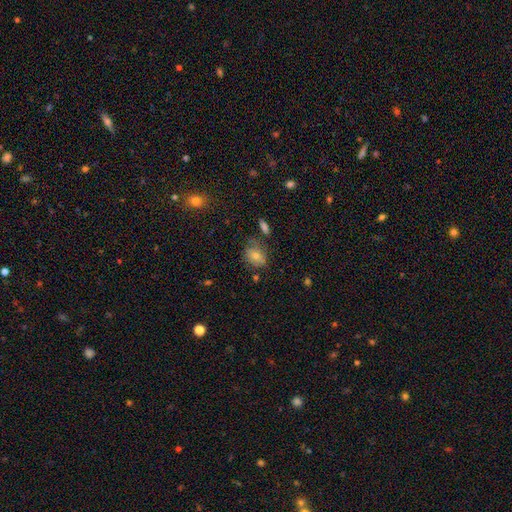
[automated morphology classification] Smooth or featured? Predicted: smooth (p=0.53). How rounded? Predicted: round (p=0.52). Merging? Predicted: none (p=0.66).